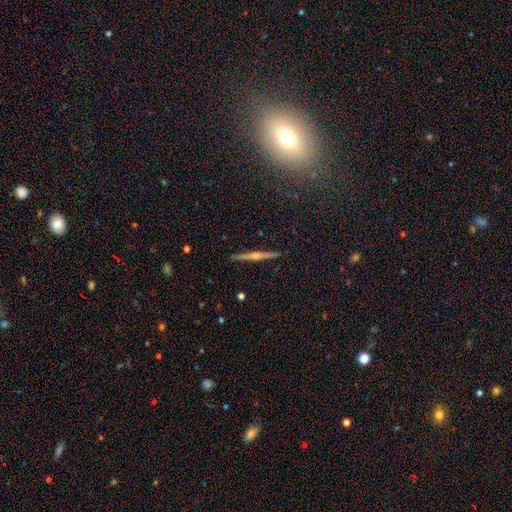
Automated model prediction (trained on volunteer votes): smooth-or-featured: featured or disk: 40% | smooth: 32% | star or artifact: 29%
  merging: none: 88% | minor disturbance: 7% | major disturbance: 3% | merger: 2%